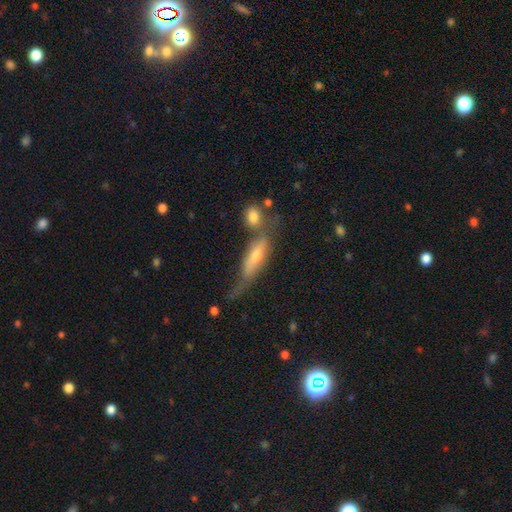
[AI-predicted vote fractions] Smooth or featured?
  - smooth: 47% *
  - featured or disk: 45%
  - star or artifact: 8%
Merging?
  - none: 32% *
  - merger: 26%
  - minor disturbance: 22%
  - major disturbance: 20%